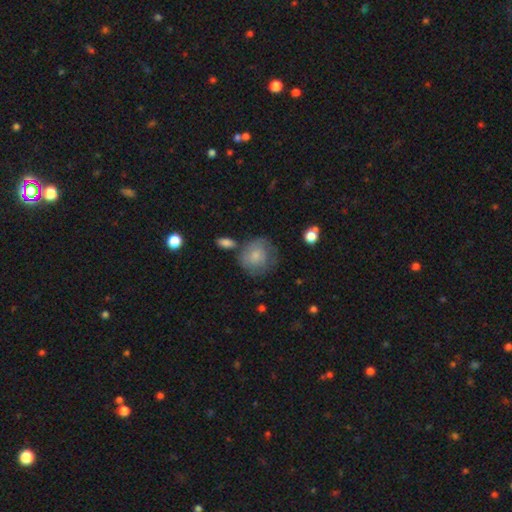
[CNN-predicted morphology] A smooth galaxy with no disk features (63%) that is round (81%).

Vote fractions:
- Smooth or featured? smooth: 63% / featured or disk: 30% / star or artifact: 7%
- How rounded? round: 81% / in between: 18% / cigar-shaped: 1%
- Merging? none: 57% / minor disturbance: 23% / major disturbance: 12% / merger: 7%